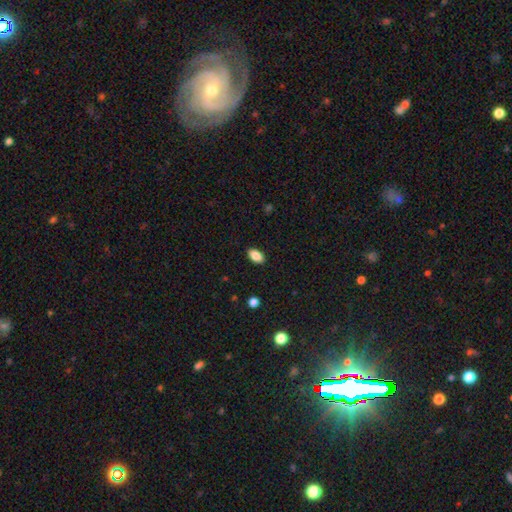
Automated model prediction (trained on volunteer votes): This appears to be a smooth galaxy with no disk features (87%) that is in between round and cigar-shaped (92%). Merging: none (89%).